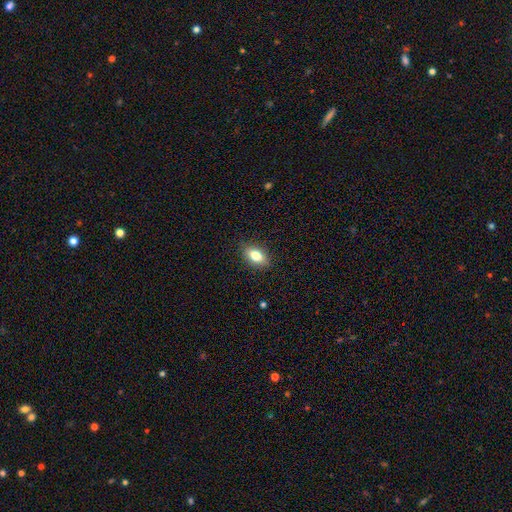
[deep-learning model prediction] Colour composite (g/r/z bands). It shows a smooth galaxy with no disk features (81%) that is in between round and cigar-shaped (88%). Merging: none (87%).